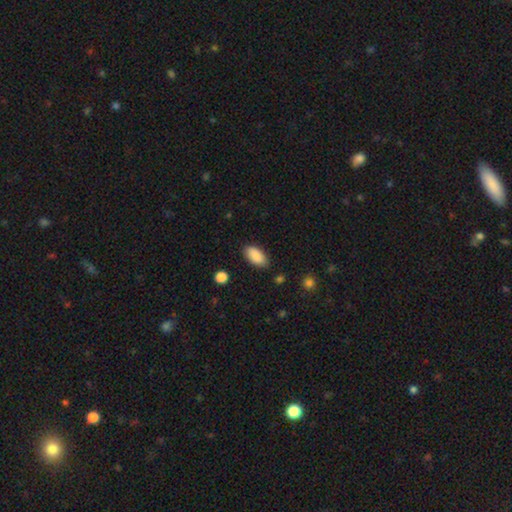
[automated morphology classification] Smooth or featured: smooth — 89% (star or artifact — 7%)
How rounded: in between — 93% (cigar-shaped — 5%)
Merging: none — 85% (minor disturbance — 11%)